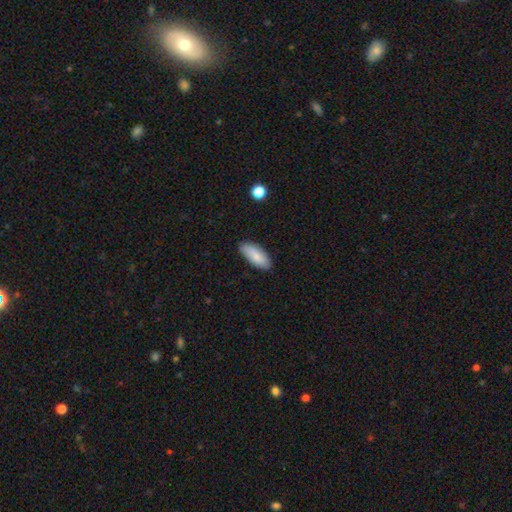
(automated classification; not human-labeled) smooth-or-featured: smooth: 82% | featured or disk: 12% | star or artifact: 6%
  how-rounded: in between: 84% | cigar-shaped: 14% | round: 2%
  merging: none: 83% | minor disturbance: 13% | major disturbance: 2% | merger: 1%